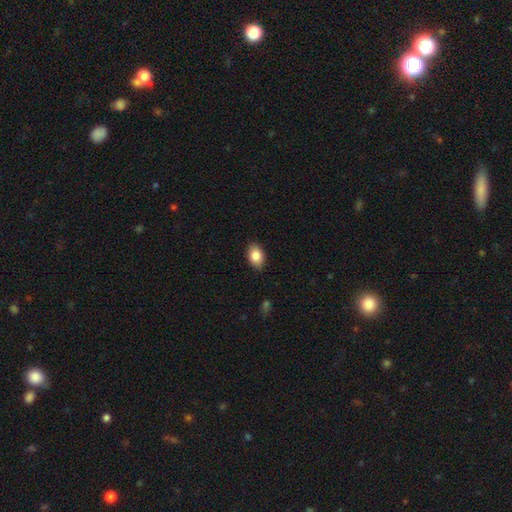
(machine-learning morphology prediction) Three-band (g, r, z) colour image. It shows a smooth galaxy with no disk features (85%) that is in between round and cigar-shaped (84%). Merging: none (87%).